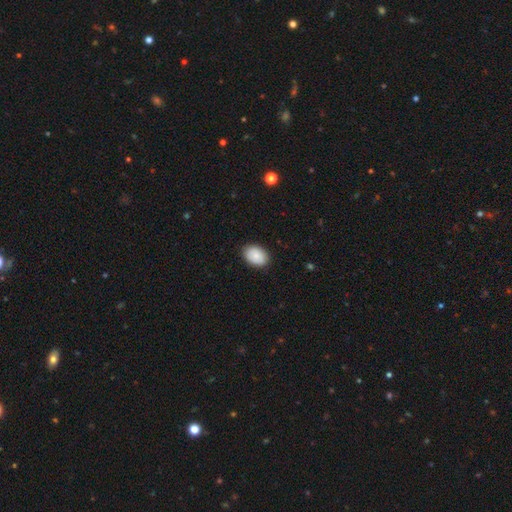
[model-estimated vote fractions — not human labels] This appears to be a smooth galaxy with no disk features (87%) that is in between round and cigar-shaped (83%). Merging: none (87%).